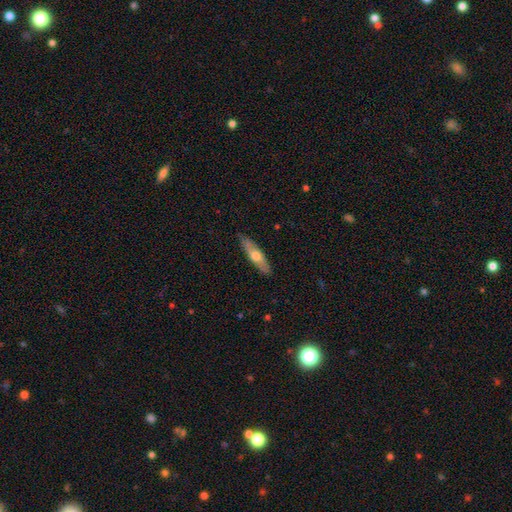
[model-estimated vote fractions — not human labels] The model was most divided on "smooth or featured": smooth: 51%, featured or disk: 44%, star or artifact: 5%. More confident: merging — none (87%); how rounded — cigar-shaped (69%).